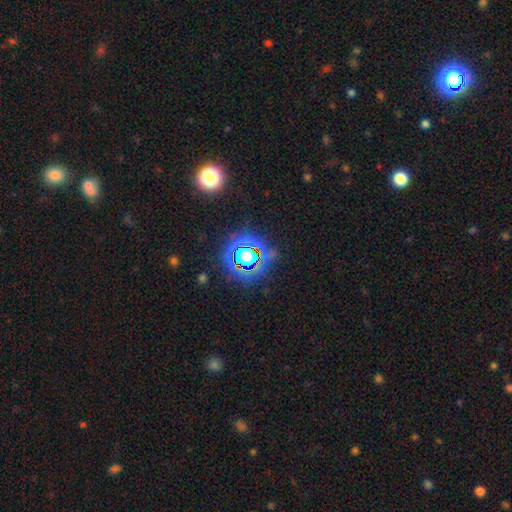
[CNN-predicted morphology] star or artifact 78%, smooth 15%, featured or disk 7%.